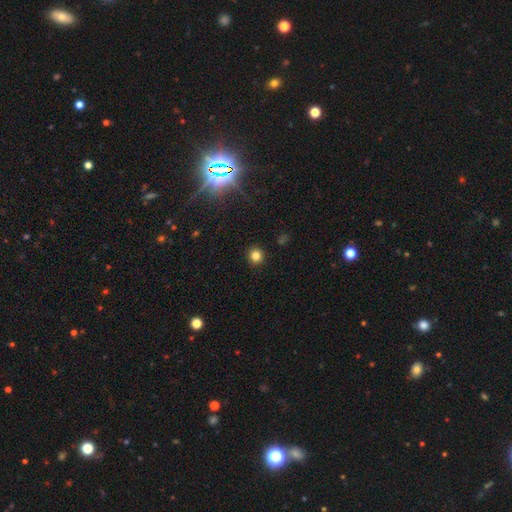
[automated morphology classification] Smooth or featured?
  - smooth: 81% *
  - star or artifact: 14%
  - featured or disk: 5%
How rounded?
  - round: 94% *
  - in between: 5%
  - cigar-shaped: 1%
Merging?
  - none: 92% *
  - minor disturbance: 5%
  - major disturbance: 2%
  - merger: 1%